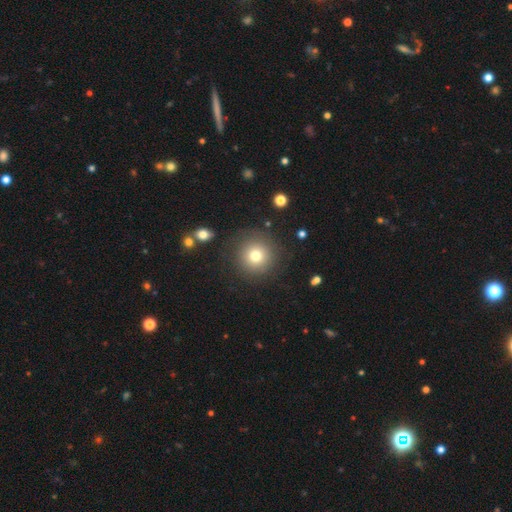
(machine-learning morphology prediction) Q: Smooth or featured?
A: smooth (76%); runner-up: star or artifact (13%)
Q: How rounded?
A: round (95%); runner-up: in between (4%)
Q: Merging?
A: none (85%); runner-up: minor disturbance (8%)